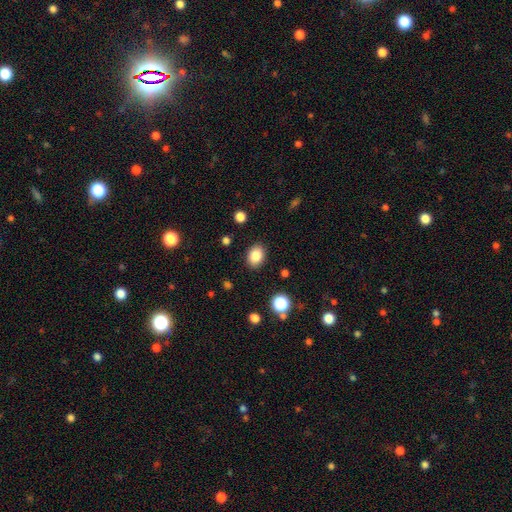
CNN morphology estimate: Smooth or featured? Predicted: smooth (p=0.85). How rounded? Predicted: in between (p=0.71). Merging? Predicted: none (p=0.88).